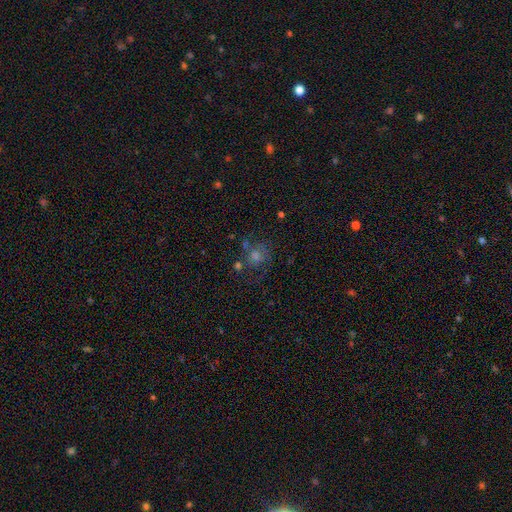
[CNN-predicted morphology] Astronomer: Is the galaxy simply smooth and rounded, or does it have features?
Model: smooth — 35%, tied with featured or disk at 35%.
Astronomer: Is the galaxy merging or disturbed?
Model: none — 62%.